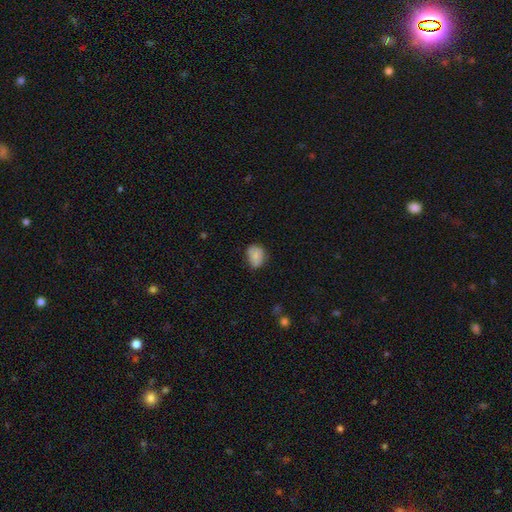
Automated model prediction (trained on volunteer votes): Q: Smooth or featured?
A: smooth (82%); runner-up: featured or disk (10%)
Q: How rounded?
A: in between (64%); runner-up: round (35%)
Q: Merging?
A: none (65%); runner-up: minor disturbance (28%)